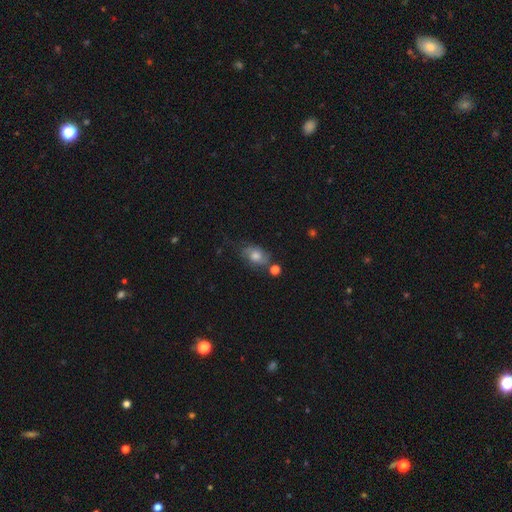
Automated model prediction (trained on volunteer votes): Overall: smooth (44%, tied with featured or disk). Merging: none (60%; minor disturbance 23%).